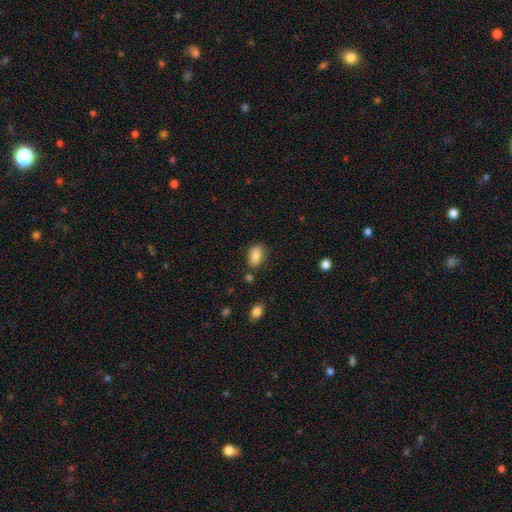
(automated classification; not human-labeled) This is clearly a smooth galaxy (84%). How rounded: clearly in between (87%). Merging: likely none (73%).